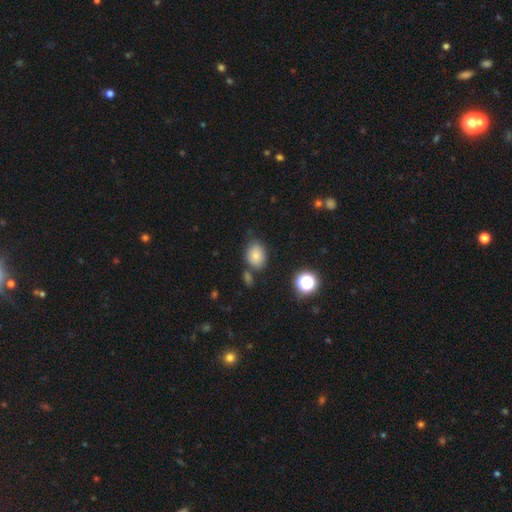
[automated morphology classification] Smooth or featured: smooth — 78% (star or artifact — 12%)
How rounded: in between — 61% (round — 38%)
Merging: none — 66% (minor disturbance — 19%)